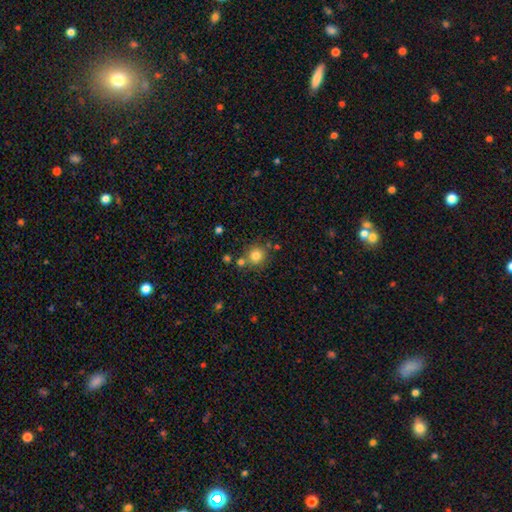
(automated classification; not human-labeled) Morphology: type=smooth (80%); roundness=round (91%); merging=none (75%).